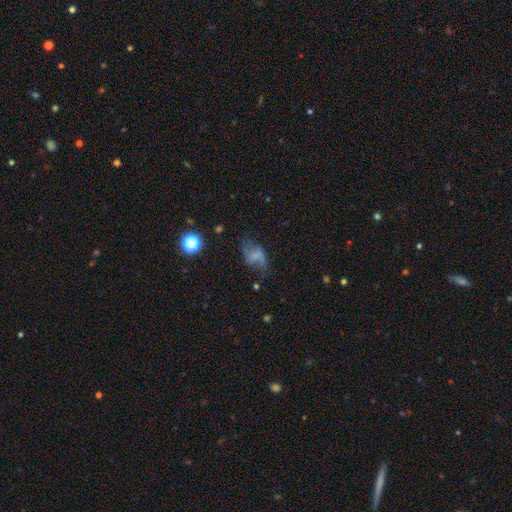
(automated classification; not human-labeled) Smooth or featured: smooth — 44% (featured or disk — 40%)
Merging: none — 41% (major disturbance — 29%)